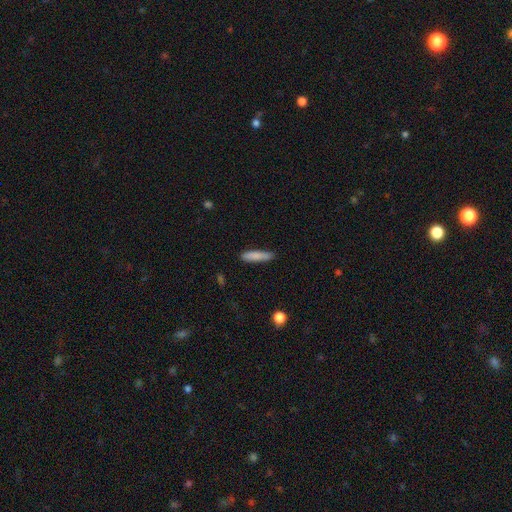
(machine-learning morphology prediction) A smooth galaxy with no disk features (83%) that is cigar-shaped (84%).

Vote fractions:
- Smooth or featured? smooth: 83% / featured or disk: 11% / star or artifact: 6%
- How rounded? cigar-shaped: 84% / in between: 15% / round: 1%
- Merging? none: 84% / minor disturbance: 12% / major disturbance: 2% / merger: 2%